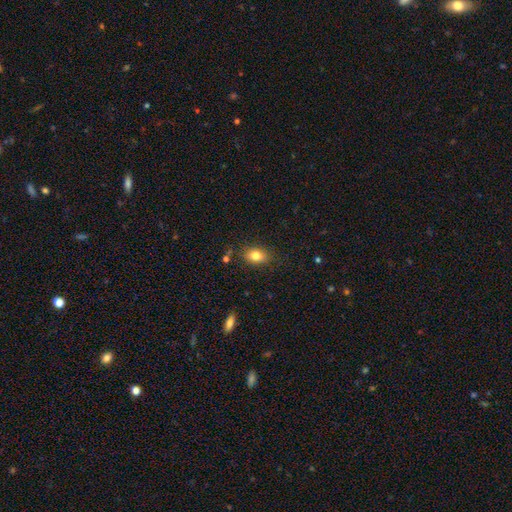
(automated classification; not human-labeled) Morphology: type=smooth (81%); roundness=in between (72%); merging=none (82%).